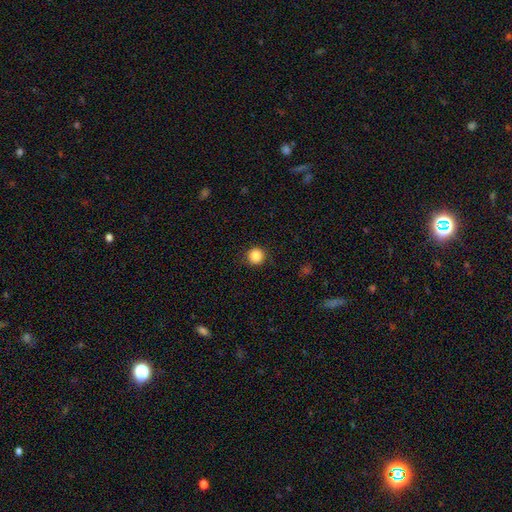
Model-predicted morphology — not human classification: A smooth galaxy with no disk features (86%) that is round (94%). Merging: none (90%).